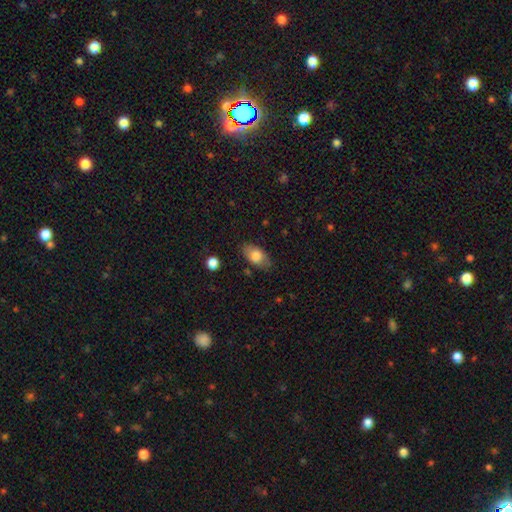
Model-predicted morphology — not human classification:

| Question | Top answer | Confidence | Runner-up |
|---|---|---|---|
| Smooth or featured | smooth | 75% | featured or disk (18%) |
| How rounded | in between | 91% | round (5%) |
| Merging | none | 79% | minor disturbance (16%) |